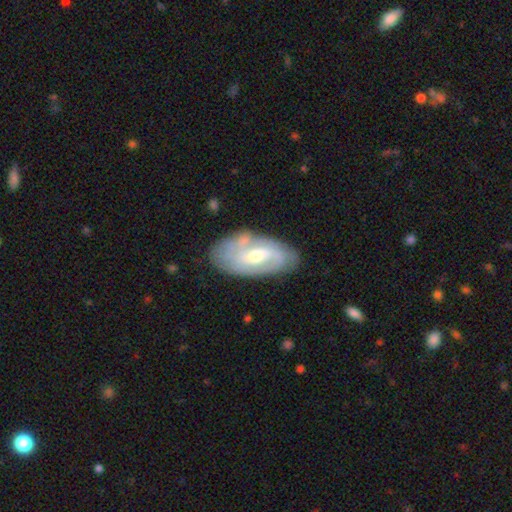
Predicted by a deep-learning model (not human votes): smooth-or-featured: featured or disk: 78% | smooth: 17% | star or artifact: 5%
  disk-edge-on: no: 94% | yes: 6%
    bar: weak: 47% | no: 38% | strong: 16%
    has-spiral-arms: yes: 89% | no: 11%
      spiral-winding: tight: 53% | medium: 34% | loose: 13%
      spiral-arm-count: 2: 49% | can't tell: 30% | 3: 11% | 1: 4% | 4: 4% | more than 4: 3%
    bulge-size: moderate: 48% (tied) | small: 48% (tied) | large: 2% | none: 1% | dominant: 1%
  merging: none: 75% | minor disturbance: 17% | major disturbance: 5% | merger: 3%